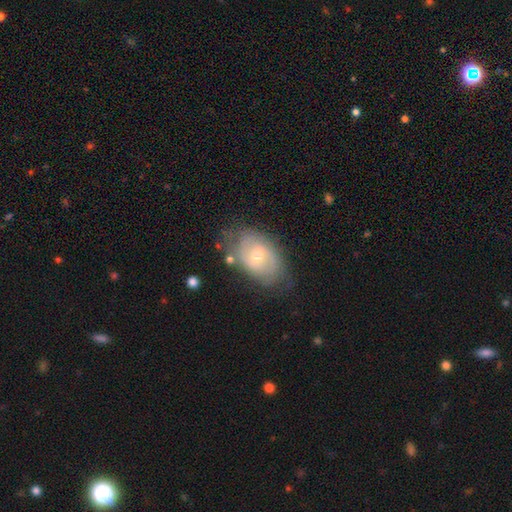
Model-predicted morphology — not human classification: The model was most divided on "spiral winding": tight: 51%, medium: 36%, loose: 13%. More confident: edge-on disk — no (96%); spiral arms — yes (86%); merging — none (72%); smooth or featured — featured or disk (69%); bar — no (58%); spiral arm count — 2 (56%); bulge size — small (56%).